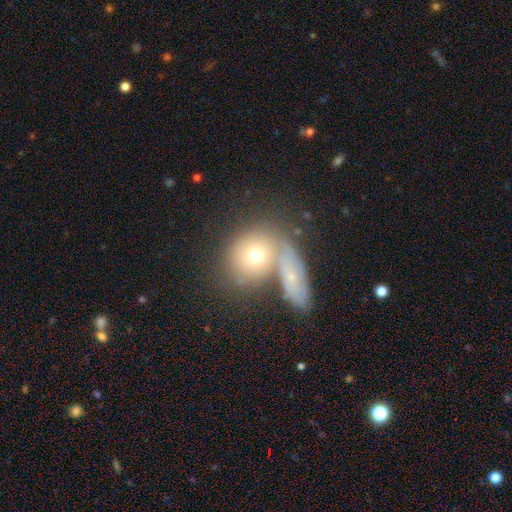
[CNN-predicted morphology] Smooth or featured?
  - smooth: 56% *
  - featured or disk: 31%
  - star or artifact: 13%
How rounded?
  - round: 65% *
  - in between: 31%
  - cigar-shaped: 4%
Merging?
  - none: 44% *
  - merger: 42%
  - minor disturbance: 10%
  - major disturbance: 5%